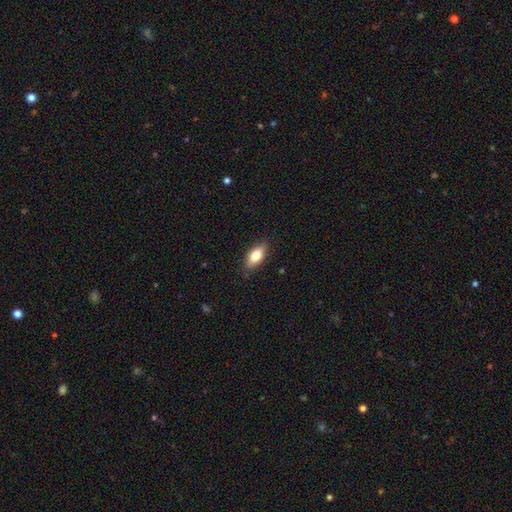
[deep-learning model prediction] This is likely a smooth galaxy (70%). How rounded: likely in between (79%). Merging: clearly none (85%).